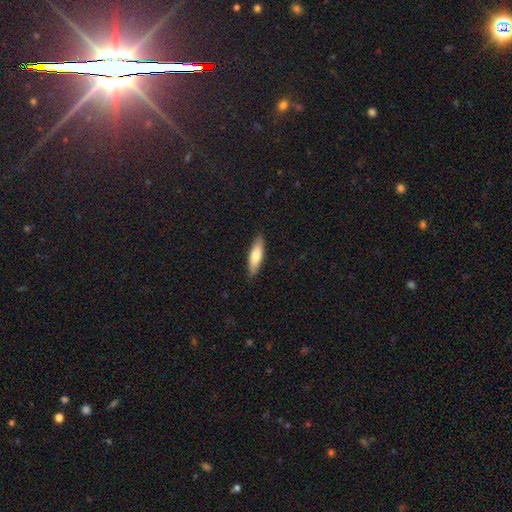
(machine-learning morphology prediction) The model was most divided on "how rounded": cigar-shaped: 57%, in between: 41%, round: 2%. More confident: merging — none (88%); smooth or featured — smooth (73%).